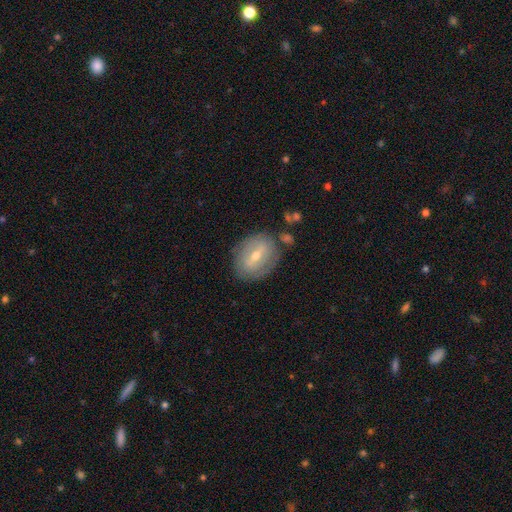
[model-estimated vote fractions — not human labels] Overall: featured or disk (62%; smooth 31%). Edge-on disk: no (93%). Bar: weak (47%; strong 34%). Spiral arms: no (53%; yes 47%). Bulge size: moderate (58%; small 39%). Merging: none (77%).